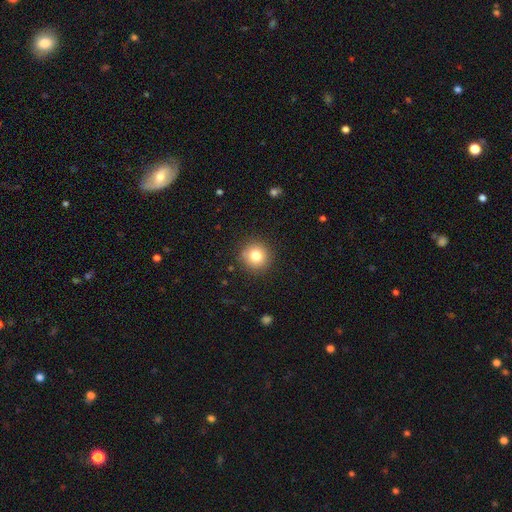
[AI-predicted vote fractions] Morphology: type=smooth (79%); roundness=round (94%); merging=none (90%).